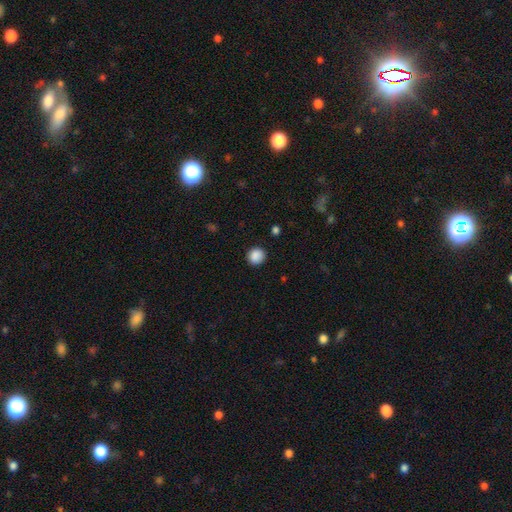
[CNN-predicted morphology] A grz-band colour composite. It shows a smooth galaxy with no disk features (88%) that is round (89%). Merging: none (89%).